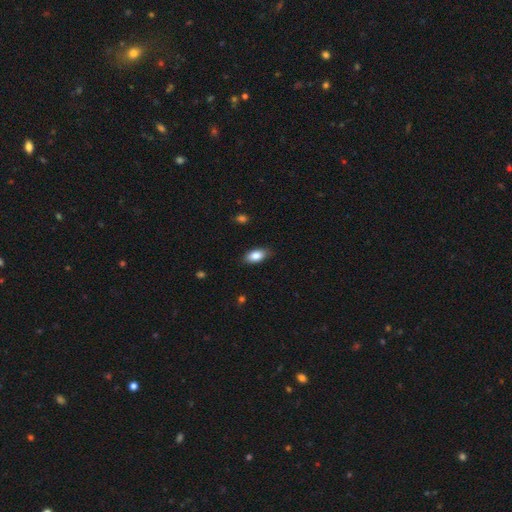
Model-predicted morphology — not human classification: Q: Smooth or featured?
A: smooth (86%); runner-up: featured or disk (8%)
Q: How rounded?
A: in between (91%); runner-up: cigar-shaped (5%)
Q: Merging?
A: none (85%); runner-up: minor disturbance (12%)